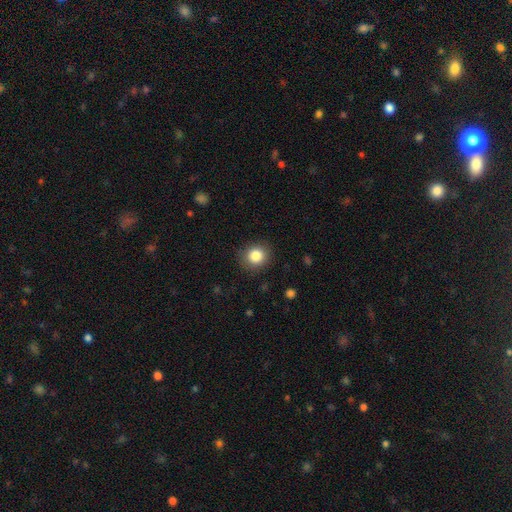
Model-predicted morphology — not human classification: Smooth or featured? Predicted: smooth (p=0.84). How rounded? Predicted: round (p=0.83). Merging? Predicted: none (p=0.87).